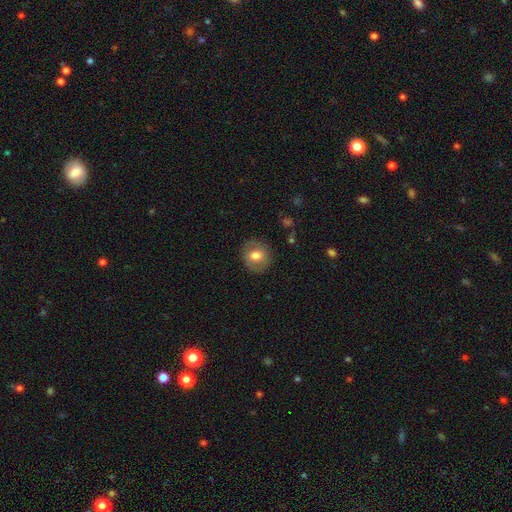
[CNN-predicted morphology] type=smooth (68%); roundness=round (81%); merging=none (85%).